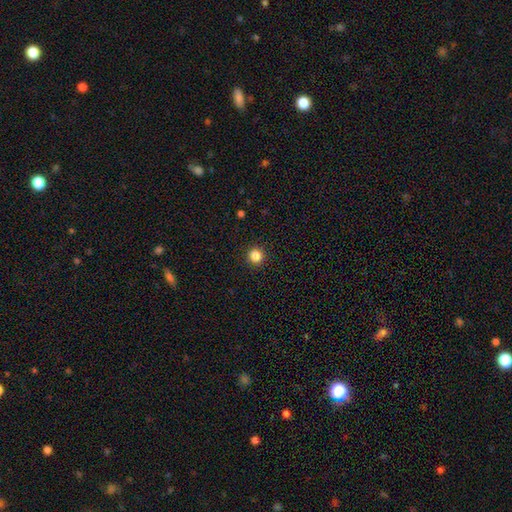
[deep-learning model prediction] A smooth galaxy with no disk features (84%) that is round (94%).

Vote fractions:
- Smooth or featured? smooth: 84% / star or artifact: 12% / featured or disk: 4%
- How rounded? round: 94% / in between: 5% / cigar-shaped: 1%
- Merging? none: 93% / minor disturbance: 4% / major disturbance: 2% / merger: 1%